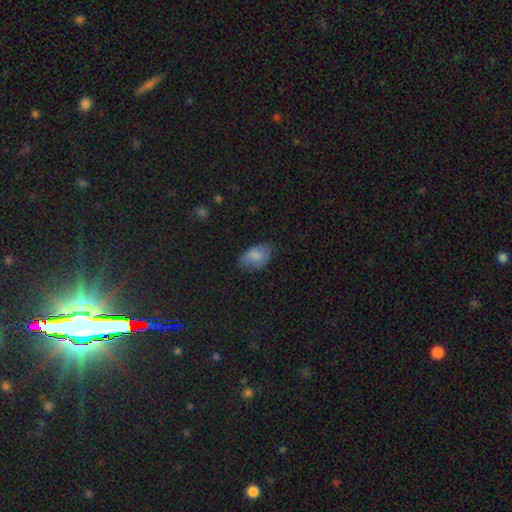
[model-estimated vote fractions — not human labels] This is clearly a smooth galaxy (82%). How rounded: clearly in between (92%). Merging: likely none (68%).